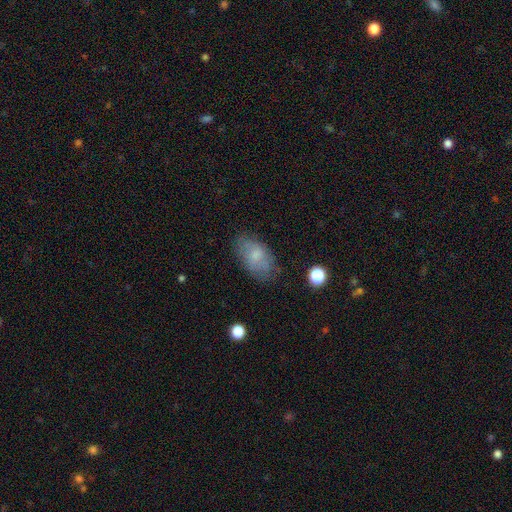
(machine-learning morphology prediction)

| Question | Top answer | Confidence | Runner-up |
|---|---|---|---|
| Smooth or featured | smooth | 72% | featured or disk (20%) |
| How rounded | in between | 92% | round (6%) |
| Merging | none | 70% | minor disturbance (21%) |